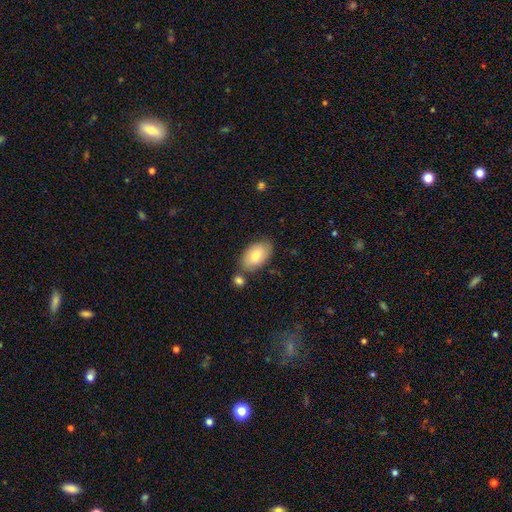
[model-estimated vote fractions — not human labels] smooth-or-featured: smooth: 78% | featured or disk: 16% | star or artifact: 6%
  how-rounded: in between: 93% | round: 5% | cigar-shaped: 1%
  merging: none: 66% | minor disturbance: 16% | merger: 14% | major disturbance: 4%